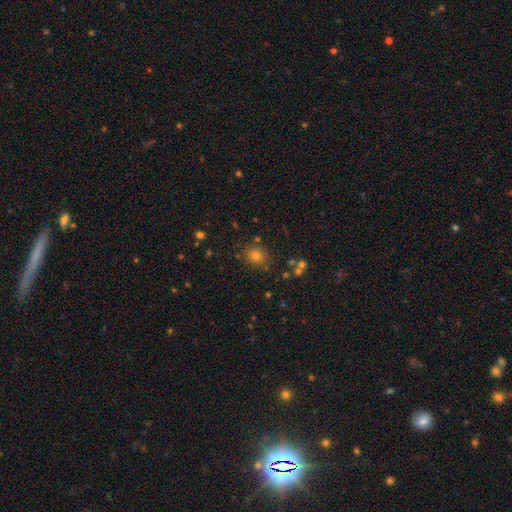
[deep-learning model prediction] Q: Smooth or featured?
A: smooth (73%); runner-up: star or artifact (20%)
Q: How rounded?
A: round (82%); runner-up: in between (17%)
Q: Merging?
A: none (84%); runner-up: minor disturbance (9%)